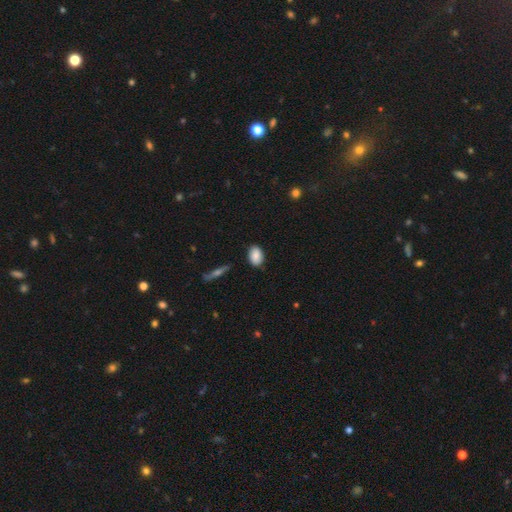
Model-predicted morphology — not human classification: type=smooth (86%); roundness=in between (85%); merging=none (85%).